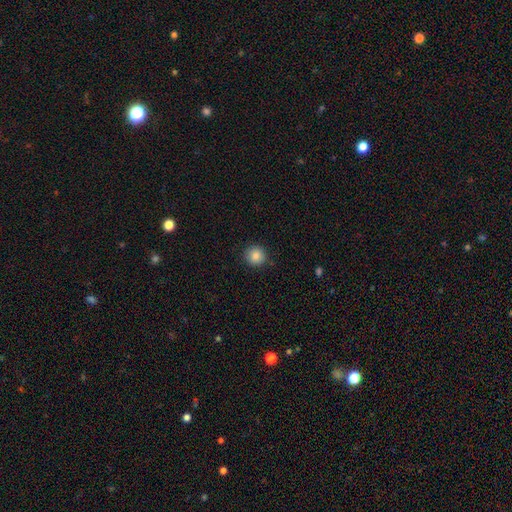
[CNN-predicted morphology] Overall: smooth (85%). How rounded: round (93%). Merging: none (89%).